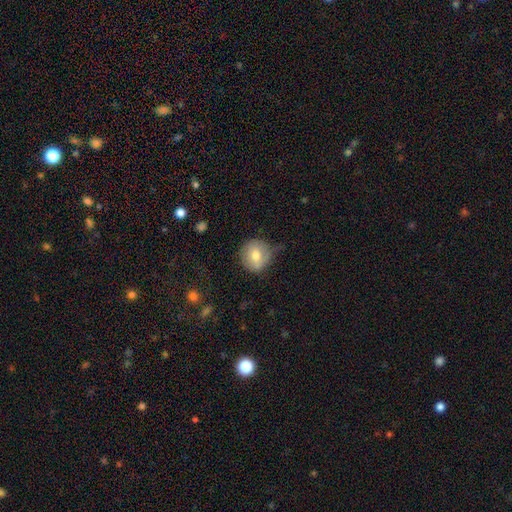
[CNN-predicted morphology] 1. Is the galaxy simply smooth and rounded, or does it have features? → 74% smooth, 17% featured or disk, 9% star or artifact.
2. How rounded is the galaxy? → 91% round, 8% in between, 1% cigar-shaped.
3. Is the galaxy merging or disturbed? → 66% none, 25% minor disturbance, 6% major disturbance, 2% merger.